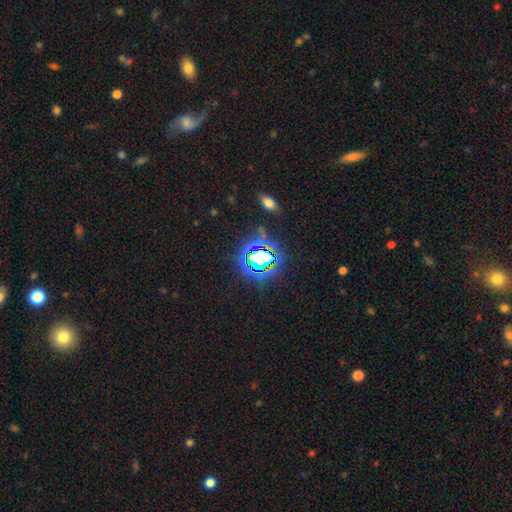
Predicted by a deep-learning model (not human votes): This is likely a star or artifact rather than a galaxy (69%).